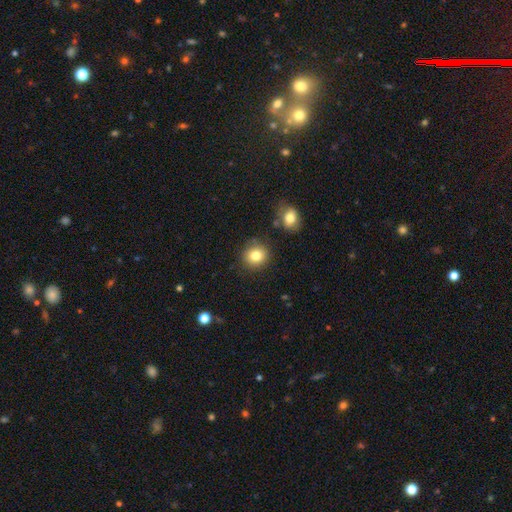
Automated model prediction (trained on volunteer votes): Overall: smooth (82%). How rounded: round (87%). Merging: none (84%).